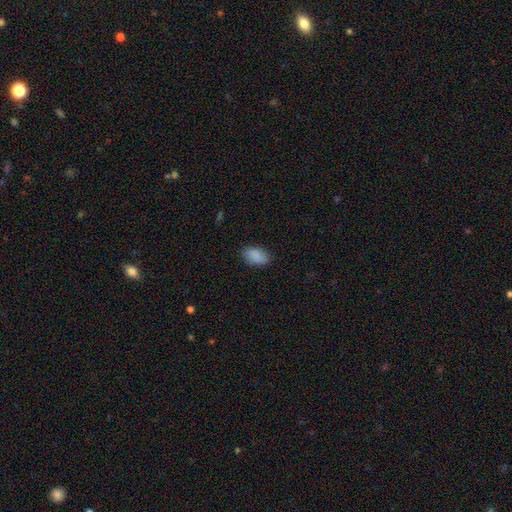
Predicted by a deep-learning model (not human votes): Overall: smooth (89%). How rounded: in between (93%). Merging: none (83%).